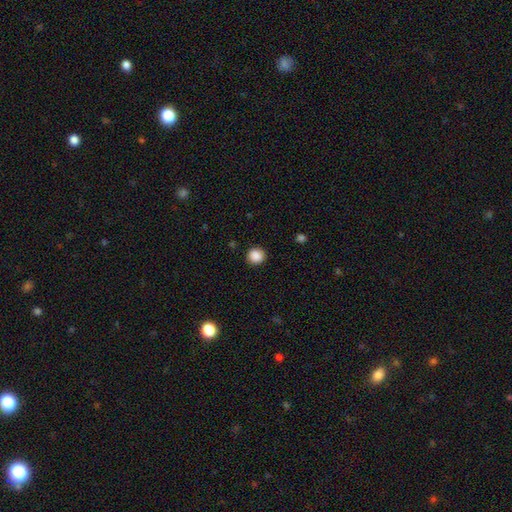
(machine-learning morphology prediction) Smooth or featured?
  - smooth: 88% *
  - star or artifact: 9%
  - featured or disk: 2%
How rounded?
  - round: 92% *
  - in between: 7%
  - cigar-shaped: 1%
Merging?
  - none: 91% *
  - minor disturbance: 6%
  - major disturbance: 2%
  - merger: 1%